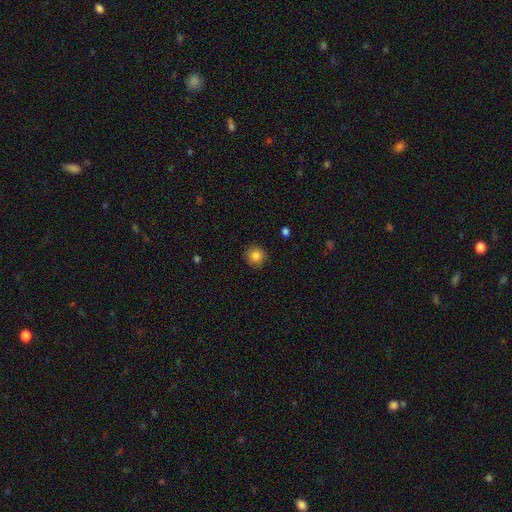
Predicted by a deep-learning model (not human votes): Smooth or featured?
  - smooth: 84% *
  - star or artifact: 10%
  - featured or disk: 6%
How rounded?
  - round: 93% *
  - in between: 6%
  - cigar-shaped: 1%
Merging?
  - none: 91% *
  - minor disturbance: 6%
  - major disturbance: 2%
  - merger: 1%